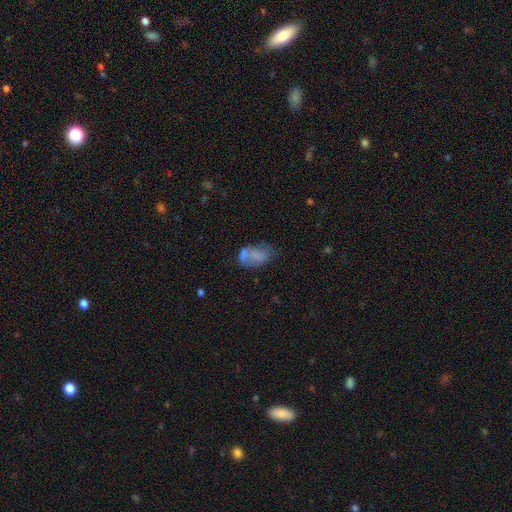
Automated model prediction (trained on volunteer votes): Q: Smooth or featured?
A: smooth (63%); runner-up: featured or disk (26%)
Q: How rounded?
A: in between (89%); runner-up: round (9%)
Q: Merging?
A: none (38%); runner-up: merger (24%)